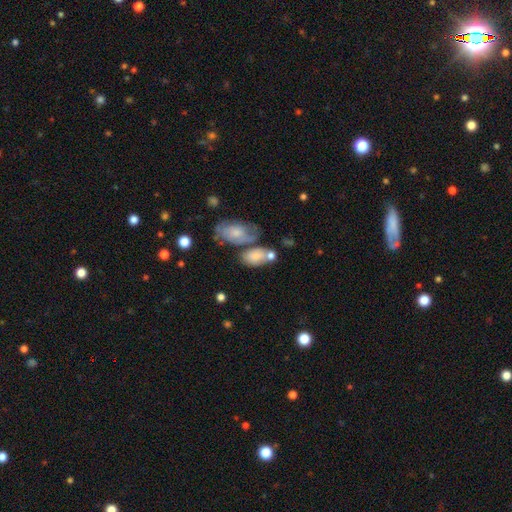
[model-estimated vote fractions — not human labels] Morphology: type=smooth (72%); roundness=in between (88%); merging=merger (36%).